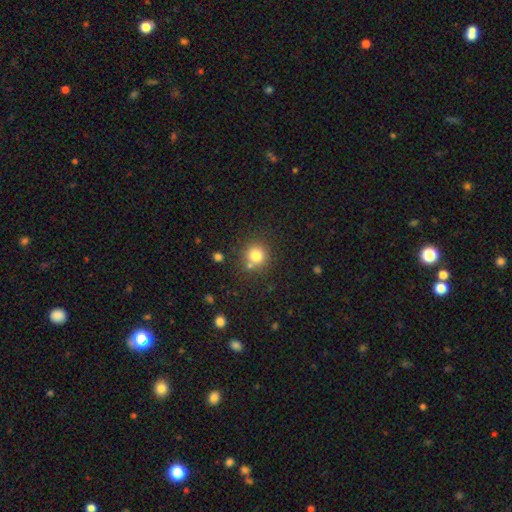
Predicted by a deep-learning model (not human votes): Q: Smooth or featured?
A: smooth (80%); runner-up: star or artifact (13%)
Q: How rounded?
A: round (92%); runner-up: in between (7%)
Q: Merging?
A: none (75%); runner-up: merger (13%)